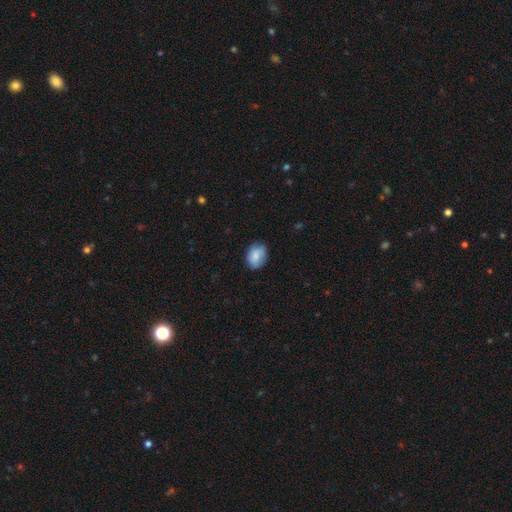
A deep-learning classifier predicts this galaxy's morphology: Smooth or featured? smooth (81%)
How rounded? in between (69%)
Merging? none (76%)